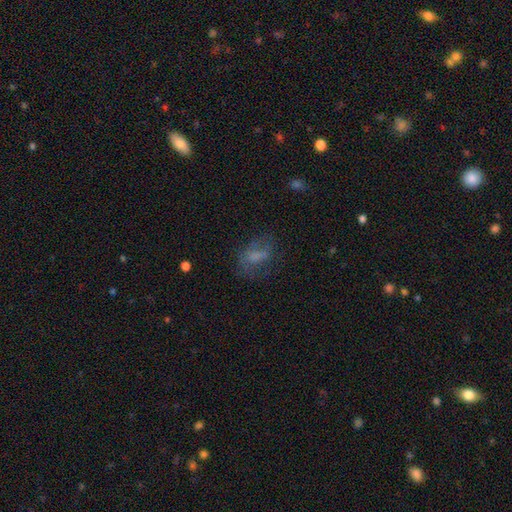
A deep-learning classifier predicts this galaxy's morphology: Q: Smooth or featured?
A: smooth (56%); runner-up: featured or disk (29%)
Q: How rounded?
A: in between (79%); runner-up: round (15%)
Q: Merging?
A: none (53%); runner-up: major disturbance (22%)